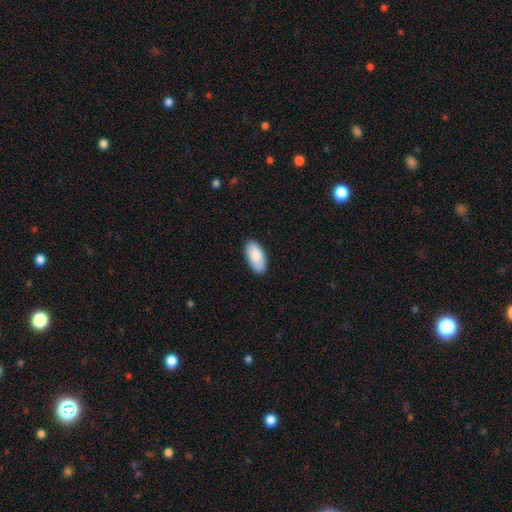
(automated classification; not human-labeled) smooth 88%, featured or disk 6%, star or artifact 6%. Down the decision tree: how rounded — in between (93%); merging — none (86%).